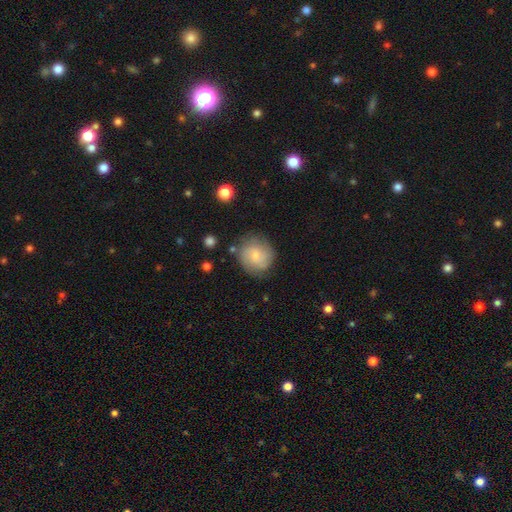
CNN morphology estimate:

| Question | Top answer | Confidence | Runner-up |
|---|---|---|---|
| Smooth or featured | smooth | 58% | featured or disk (34%) |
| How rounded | round | 82% | in between (17%) |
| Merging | none | 74% | minor disturbance (17%) |